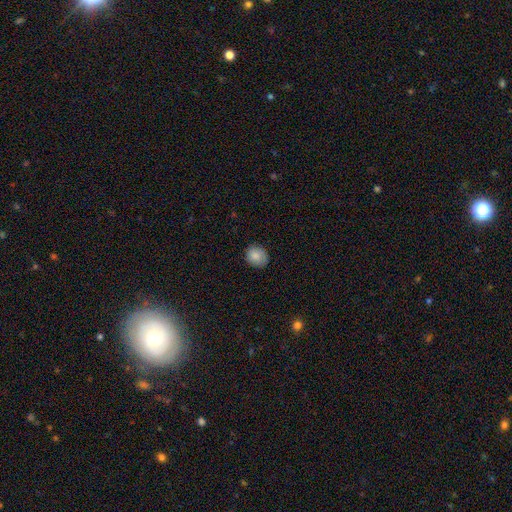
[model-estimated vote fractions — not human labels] Smooth or featured?
  - smooth: 85% *
  - star or artifact: 8%
  - featured or disk: 8%
How rounded?
  - round: 73% *
  - in between: 26%
  - cigar-shaped: 1%
Merging?
  - none: 84% *
  - minor disturbance: 13%
  - major disturbance: 2%
  - merger: 1%